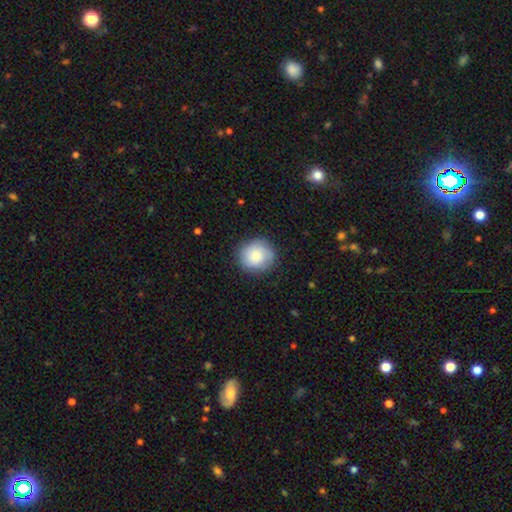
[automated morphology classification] Smooth or featured?
  - smooth: 82% *
  - featured or disk: 11%
  - star or artifact: 7%
How rounded?
  - round: 87% *
  - in between: 12%
  - cigar-shaped: 1%
Merging?
  - none: 83% *
  - minor disturbance: 12%
  - major disturbance: 3%
  - merger: 1%